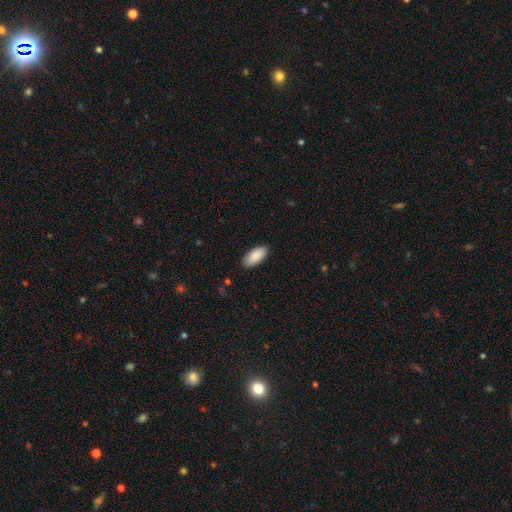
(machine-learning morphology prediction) The model was most divided on "merging": none: 87%, minor disturbance: 10%, major disturbance: 2%, merger: 1%. More confident: how rounded — in between (93%); smooth or featured — smooth (90%).